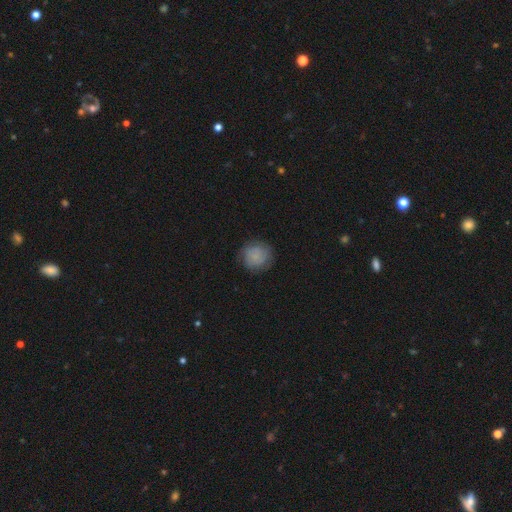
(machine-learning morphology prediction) This appears to be a smooth galaxy with no disk features (73%) that is round (90%). Merging: none (81%).